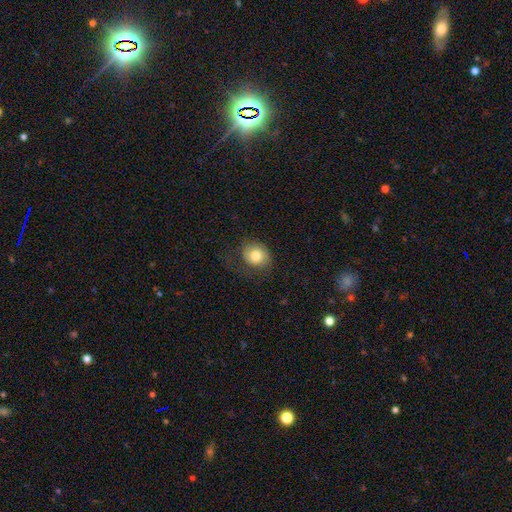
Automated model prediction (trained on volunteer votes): Overall: smooth (77%). How rounded: round (66%; in between 33%). Merging: none (61%; minor disturbance 22%).